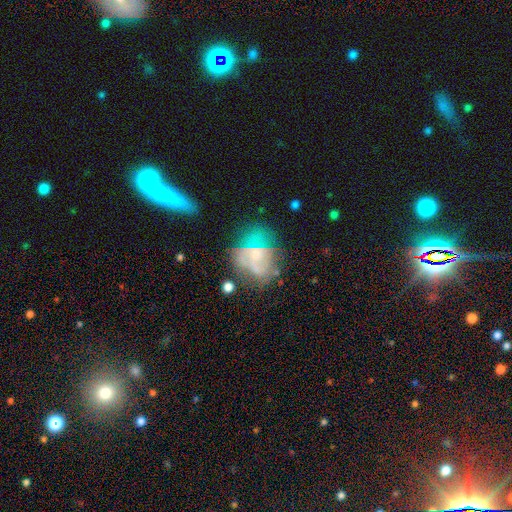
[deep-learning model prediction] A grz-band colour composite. It shows a featured or disk galaxy (50%). Merging: none (51%).